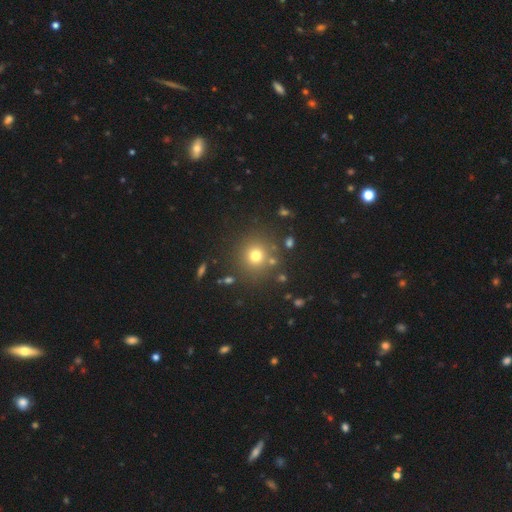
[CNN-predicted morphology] The model was most divided on "smooth or featured": smooth: 74%, star or artifact: 18%, featured or disk: 9%. More confident: how rounded — round (91%); merging — none (84%).